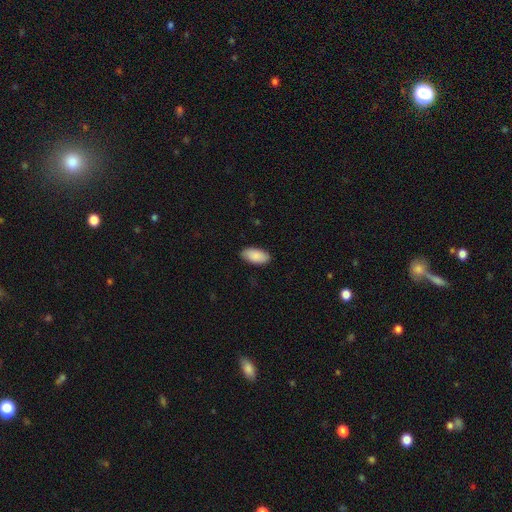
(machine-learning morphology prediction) Smooth or featured? Predicted: smooth (p=0.90). How rounded? Predicted: in between (p=0.94). Merging? Predicted: none (p=0.86).